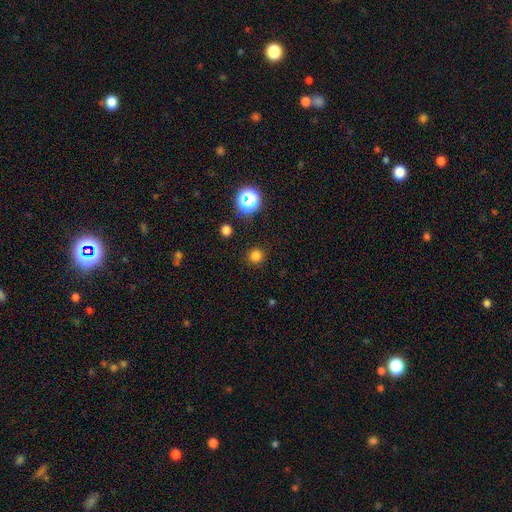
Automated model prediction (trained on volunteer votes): smooth_or_featured: smooth (p=0.78) [alt: star or artifact p=0.18]
how_rounded: round (p=0.95) [alt: in between p=0.04]
merging: none (p=0.90) [alt: minor disturbance p=0.06]